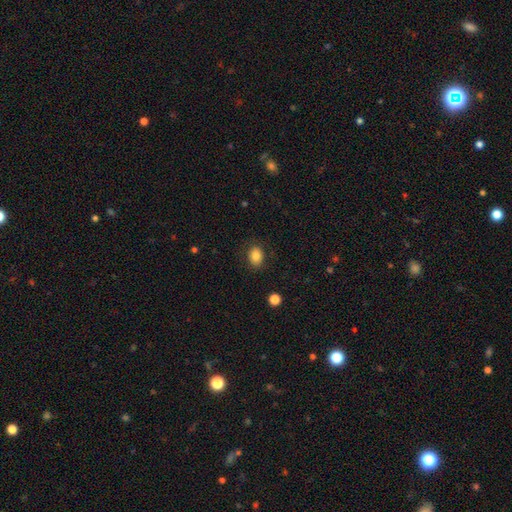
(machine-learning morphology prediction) smooth-or-featured: smooth: 83% | star or artifact: 10% | featured or disk: 8%
  how-rounded: in between: 57% | round: 43% | cigar-shaped: 1%
  merging: none: 84% | minor disturbance: 12% | major disturbance: 3% | merger: 1%